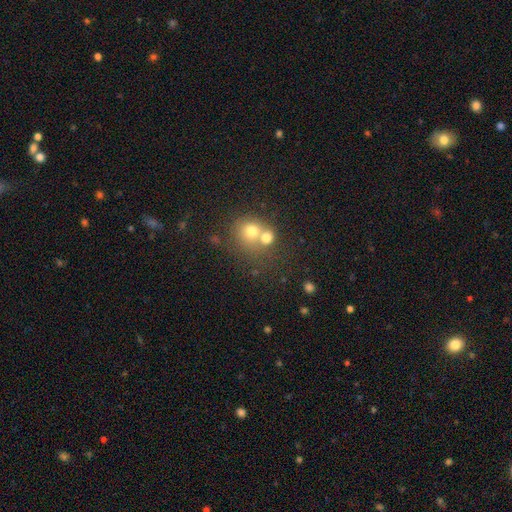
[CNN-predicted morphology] Smooth or featured? smooth (54%)
How rounded? round (81%)
Merging? none (47%)